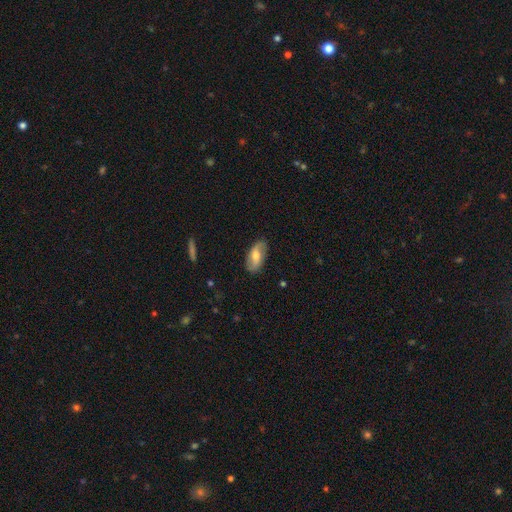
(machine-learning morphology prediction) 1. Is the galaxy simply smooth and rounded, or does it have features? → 52% featured or disk, 41% smooth, 7% star or artifact.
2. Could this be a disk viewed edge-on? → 91% no, 9% yes.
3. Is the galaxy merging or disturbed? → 81% none, 14% minor disturbance, 3% major disturbance, 1% merger.